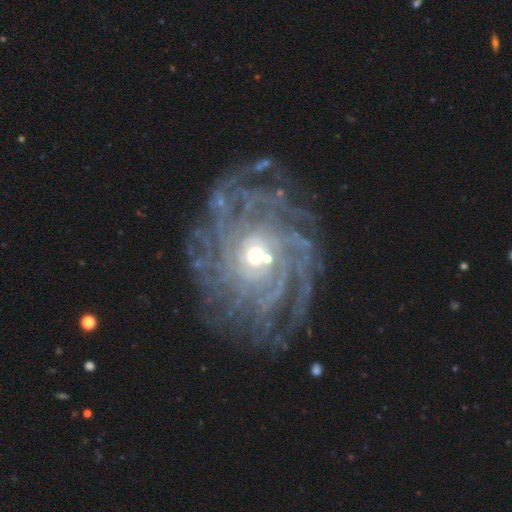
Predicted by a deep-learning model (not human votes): Smooth or featured: featured or disk — 90% (star or artifact — 6%)
Edge-on disk: no — 97% (yes — 3%)
Bar: no — 74% (weak — 18%)
Spiral arms: yes — 97% (no — 3%)
Spiral winding: tight — 75% (medium — 19%)
Spiral arm count: more than 4 — 37% (can't tell — 20%)
Bulge size: small — 60% (moderate — 34%)
Merging: none — 73% (minor disturbance — 15%)